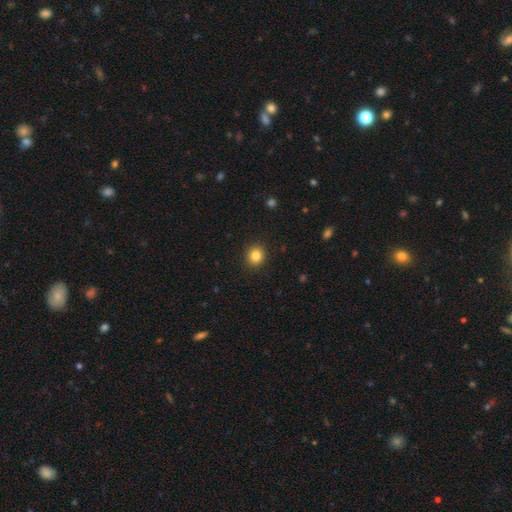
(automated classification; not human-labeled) Q: Smooth or featured?
A: smooth (84%); runner-up: star or artifact (11%)
Q: How rounded?
A: round (82%); runner-up: in between (17%)
Q: Merging?
A: none (91%); runner-up: minor disturbance (6%)